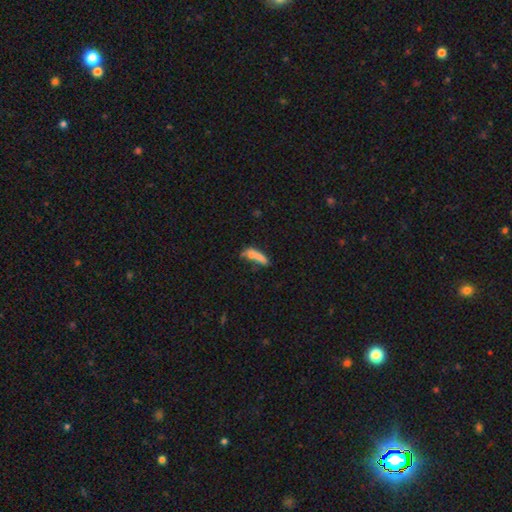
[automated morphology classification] type=smooth (70%); roundness=cigar-shaped (63%); merging=none (39%).